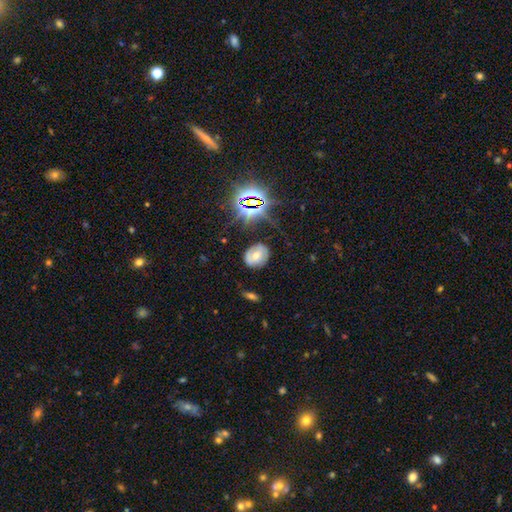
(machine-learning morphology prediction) A star or artifact, not a galaxy (39%).